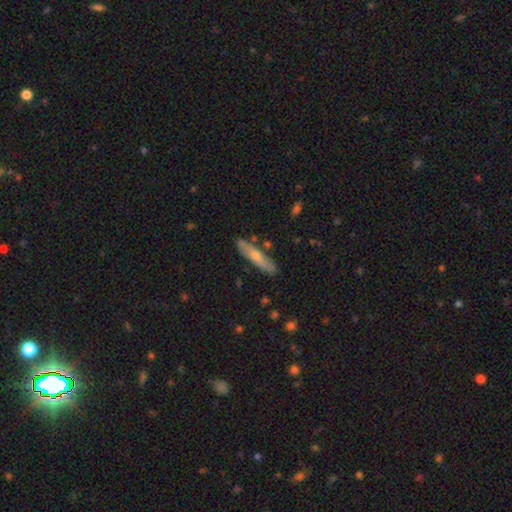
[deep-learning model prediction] A smooth galaxy with no disk features (56%) that is cigar-shaped (87%).

Vote fractions:
- Smooth or featured? smooth: 56% / featured or disk: 37% / star or artifact: 6%
- How rounded? cigar-shaped: 87% / in between: 11% / round: 2%
- Merging? none: 83% / minor disturbance: 12% / merger: 3% / major disturbance: 2%